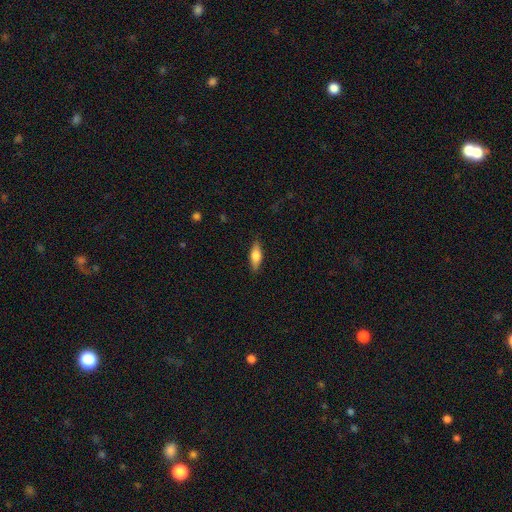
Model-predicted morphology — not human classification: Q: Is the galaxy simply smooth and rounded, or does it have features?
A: smooth — 64%.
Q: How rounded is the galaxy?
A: in between — 59%.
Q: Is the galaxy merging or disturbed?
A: none — 86%.